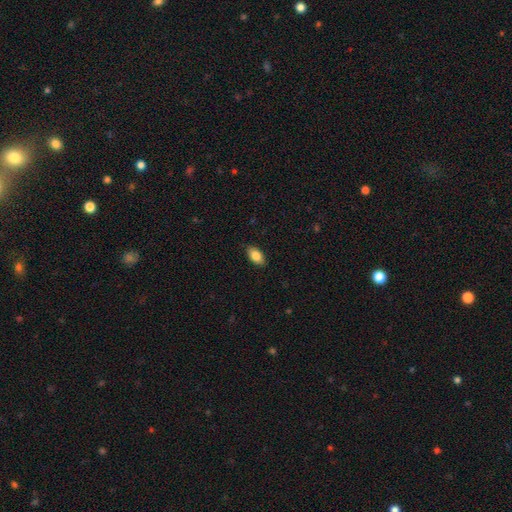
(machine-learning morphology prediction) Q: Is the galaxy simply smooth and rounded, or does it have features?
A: smooth — 85%.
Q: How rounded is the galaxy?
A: in between — 93%.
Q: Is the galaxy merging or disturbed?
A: none — 87%.